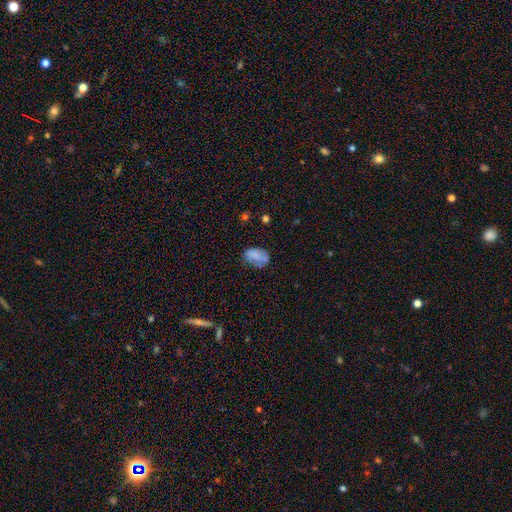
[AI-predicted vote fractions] Smooth or featured? smooth (75%)
How rounded? in between (87%)
Merging? none (55%)